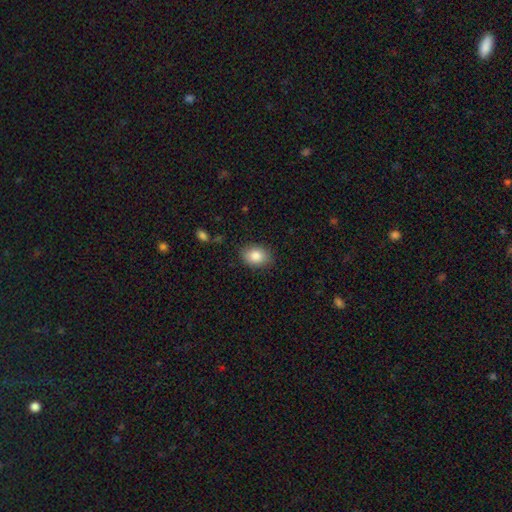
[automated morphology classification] Smooth or featured?
  - smooth: 85% *
  - star or artifact: 8%
  - featured or disk: 7%
How rounded?
  - in between: 70% *
  - round: 29%
  - cigar-shaped: 1%
Merging?
  - none: 85% *
  - minor disturbance: 11%
  - major disturbance: 3%
  - merger: 1%